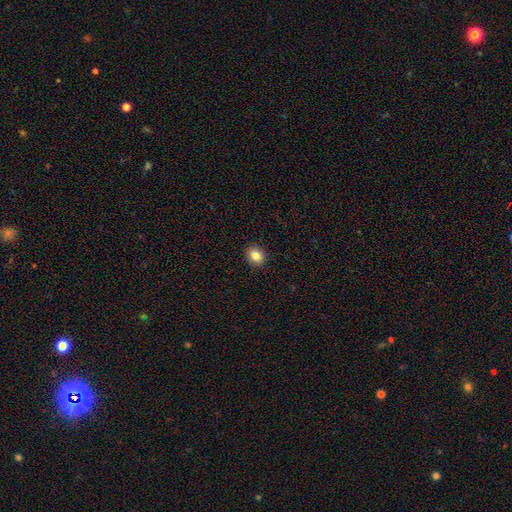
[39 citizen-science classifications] Smooth or featured? 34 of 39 (87%) said smooth. How rounded? 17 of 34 (50%, tied with in between) said round. Merging? 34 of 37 (92%) said none.